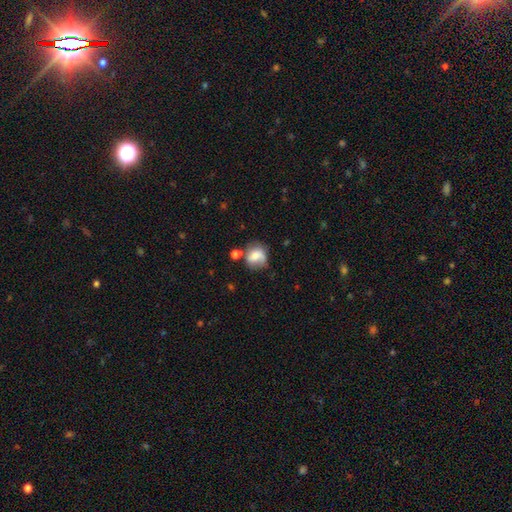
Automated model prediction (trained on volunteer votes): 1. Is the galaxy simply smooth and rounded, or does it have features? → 63% smooth, 27% featured or disk, 9% star or artifact.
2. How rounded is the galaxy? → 69% round, 30% in between, 1% cigar-shaped.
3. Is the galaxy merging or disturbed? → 48% none, 26% minor disturbance, 14% merger, 12% major disturbance.